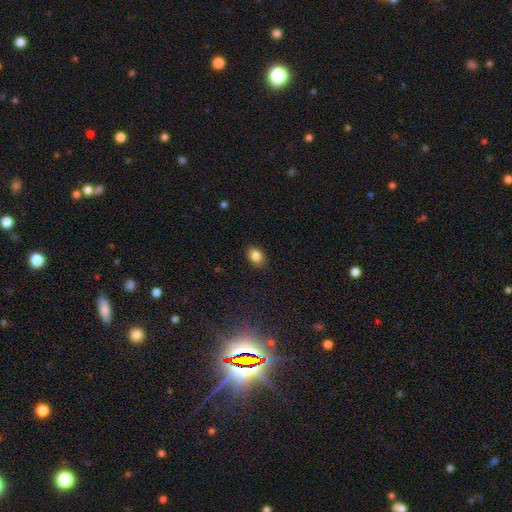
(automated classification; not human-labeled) A smooth galaxy with no disk features (85%) that is in between round and cigar-shaped (80%). Merging: none (86%).